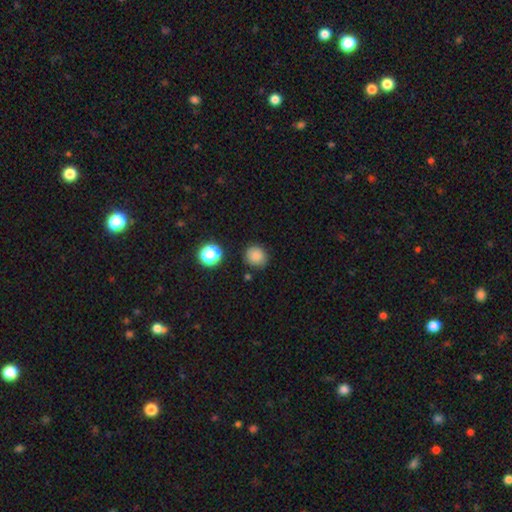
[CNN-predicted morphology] Smooth or featured? smooth (82%)
How rounded? round (85%)
Merging? none (81%)